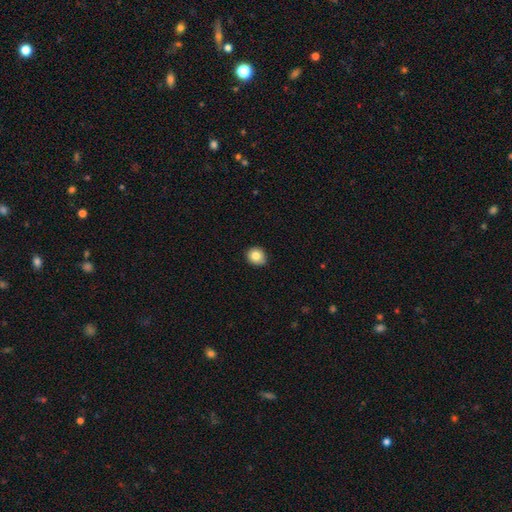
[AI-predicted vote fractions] Smooth or featured?
  - smooth: 82% *
  - star or artifact: 10%
  - featured or disk: 8%
How rounded?
  - round: 77% *
  - in between: 23%
  - cigar-shaped: 1%
Merging?
  - none: 84% *
  - minor disturbance: 13%
  - major disturbance: 2%
  - merger: 1%